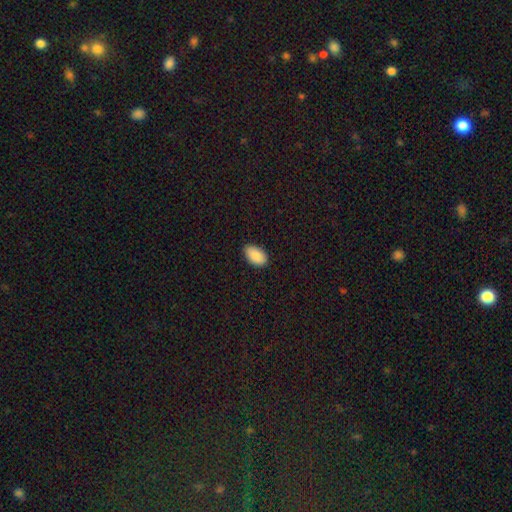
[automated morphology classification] Q: Smooth or featured?
A: smooth (90%); runner-up: star or artifact (7%)
Q: How rounded?
A: in between (94%); runner-up: round (4%)
Q: Merging?
A: none (86%); runner-up: minor disturbance (12%)